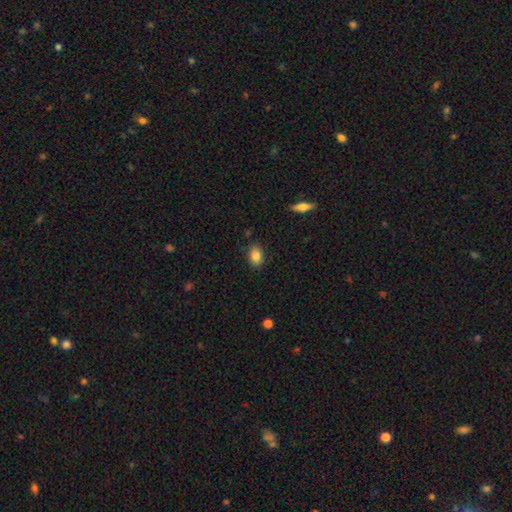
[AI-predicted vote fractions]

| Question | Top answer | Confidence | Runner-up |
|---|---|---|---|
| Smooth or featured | smooth | 86% | star or artifact (9%) |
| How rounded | in between | 81% | round (17%) |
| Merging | none | 86% | minor disturbance (10%) |